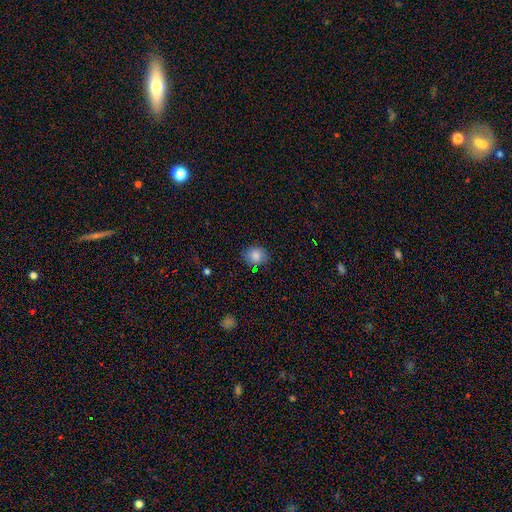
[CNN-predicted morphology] Q: Smooth or featured?
A: smooth (82%); runner-up: star or artifact (10%)
Q: How rounded?
A: round (72%); runner-up: in between (27%)
Q: Merging?
A: none (79%); runner-up: minor disturbance (15%)